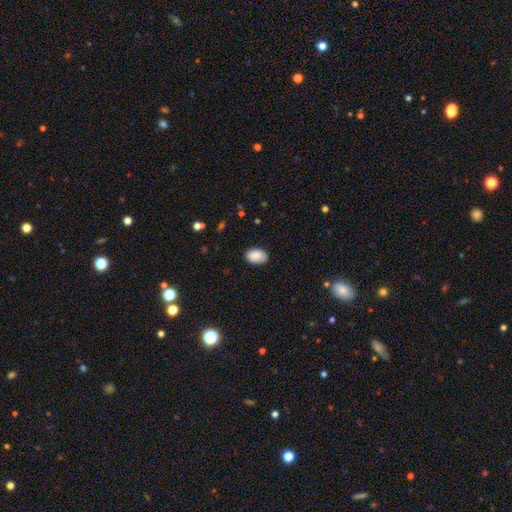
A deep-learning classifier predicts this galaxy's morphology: type=smooth (89%); roundness=in between (84%); merging=none (83%).